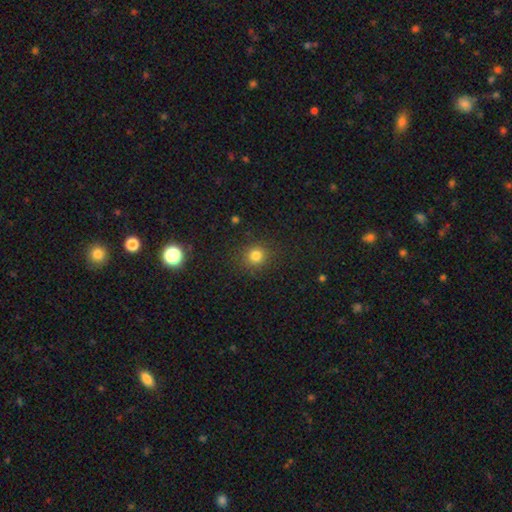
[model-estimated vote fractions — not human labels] Smooth or featured? smooth (80%)
How rounded? round (88%)
Merging? none (87%)